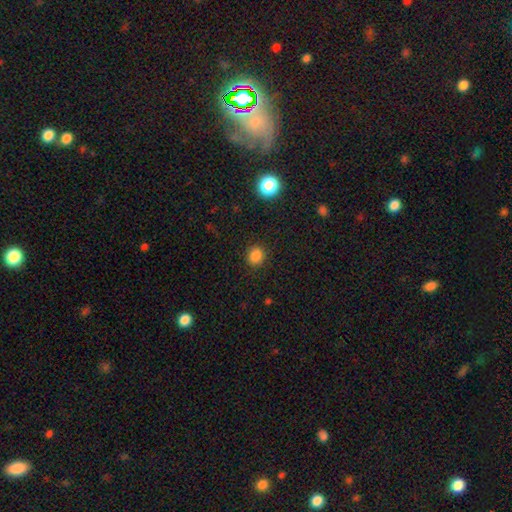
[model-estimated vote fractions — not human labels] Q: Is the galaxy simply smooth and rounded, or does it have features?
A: smooth — 84%.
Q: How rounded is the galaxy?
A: round — 83%.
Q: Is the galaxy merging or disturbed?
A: none — 90%.